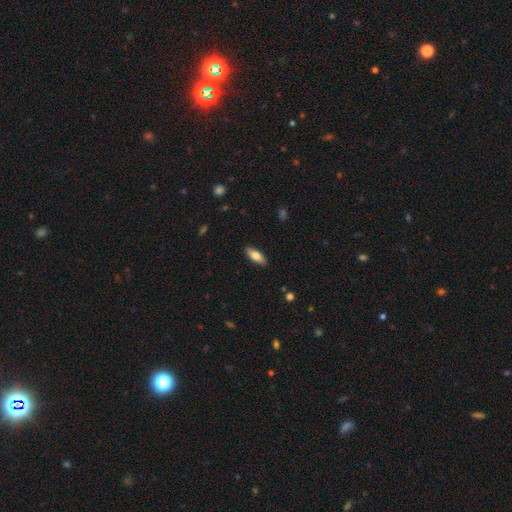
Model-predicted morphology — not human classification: smooth-or-featured: smooth: 75% | featured or disk: 18% | star or artifact: 6%
  how-rounded: in between: 70% | cigar-shaped: 28% | round: 2%
  merging: none: 89% | minor disturbance: 9% | major disturbance: 2% | merger: 1%